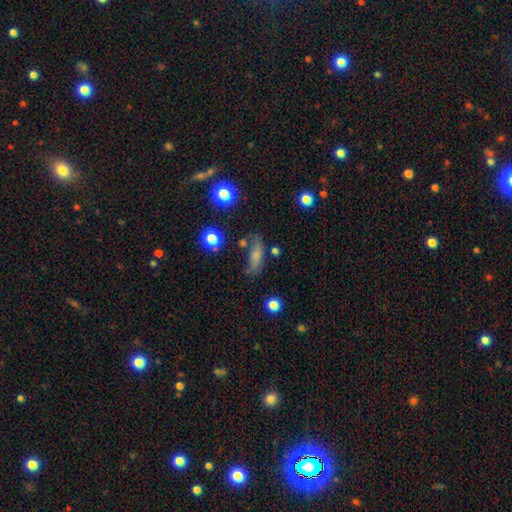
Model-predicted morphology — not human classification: smooth_or_featured: smooth (p=0.73) [alt: featured or disk p=0.16]
how_rounded: in between (p=0.60) [alt: cigar-shaped p=0.34]
merging: none (p=0.64) [alt: minor disturbance p=0.21]